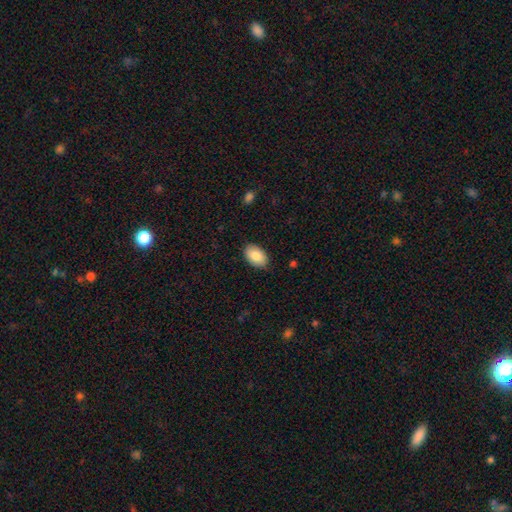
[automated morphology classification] Smooth or featured: smooth — 86% (featured or disk — 7%)
How rounded: in between — 92% (round — 7%)
Merging: none — 87% (minor disturbance — 10%)